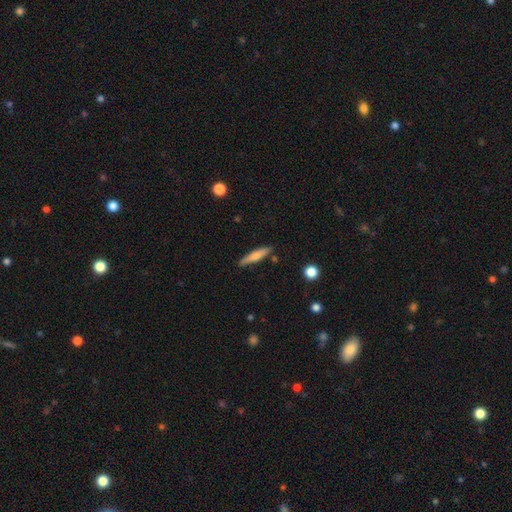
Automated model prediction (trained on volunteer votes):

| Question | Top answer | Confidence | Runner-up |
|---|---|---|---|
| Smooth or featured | smooth | 65% | featured or disk (29%) |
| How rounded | cigar-shaped | 86% | in between (12%) |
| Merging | none | 85% | minor disturbance (10%) |